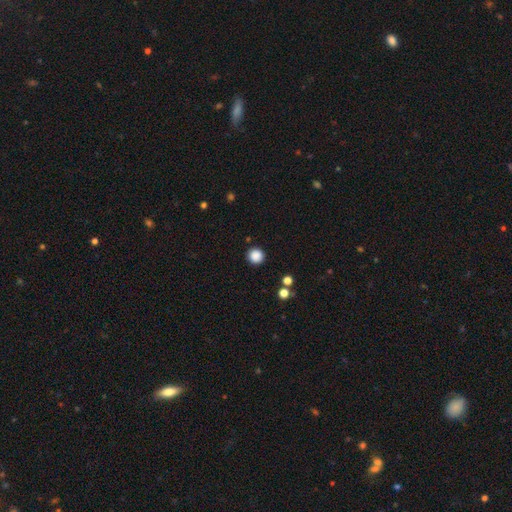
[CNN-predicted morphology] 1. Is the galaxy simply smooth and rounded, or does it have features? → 87% smooth, 10% star or artifact, 3% featured or disk.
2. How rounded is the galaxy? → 95% round, 4% in between, 1% cigar-shaped.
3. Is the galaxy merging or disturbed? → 91% none, 5% minor disturbance, 2% major disturbance, 2% merger.